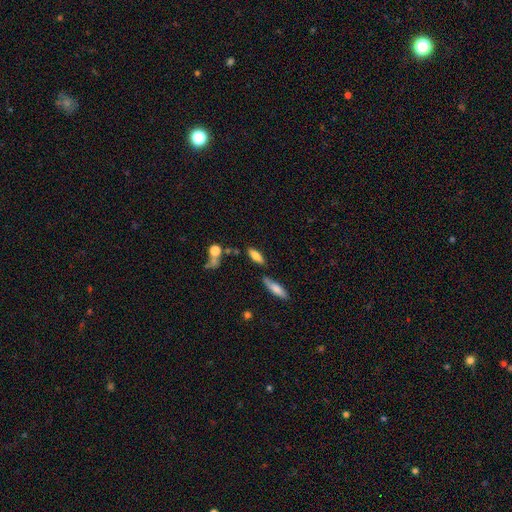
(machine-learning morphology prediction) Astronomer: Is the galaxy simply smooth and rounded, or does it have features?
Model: smooth — 73%.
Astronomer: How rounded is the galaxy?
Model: in between — 67%.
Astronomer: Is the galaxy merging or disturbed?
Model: none — 66%.